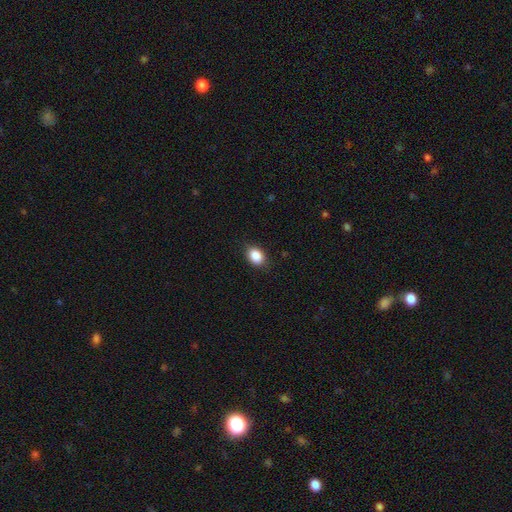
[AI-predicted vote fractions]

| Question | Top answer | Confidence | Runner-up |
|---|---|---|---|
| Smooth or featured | smooth | 88% | star or artifact (8%) |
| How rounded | in between | 75% | round (24%) |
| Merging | none | 87% | minor disturbance (10%) |